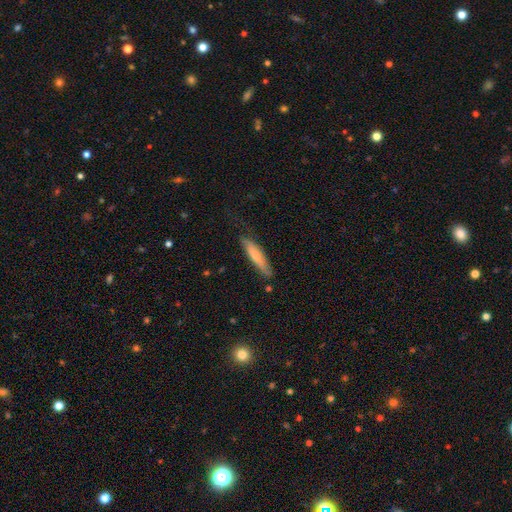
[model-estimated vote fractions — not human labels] Smooth or featured? smooth (64%)
How rounded? cigar-shaped (82%)
Merging? none (71%)